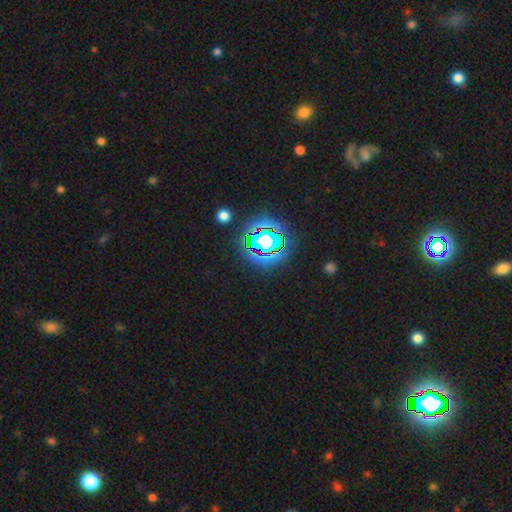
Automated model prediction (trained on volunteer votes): Q: Smooth or featured?
A: star or artifact (81%); runner-up: smooth (11%)